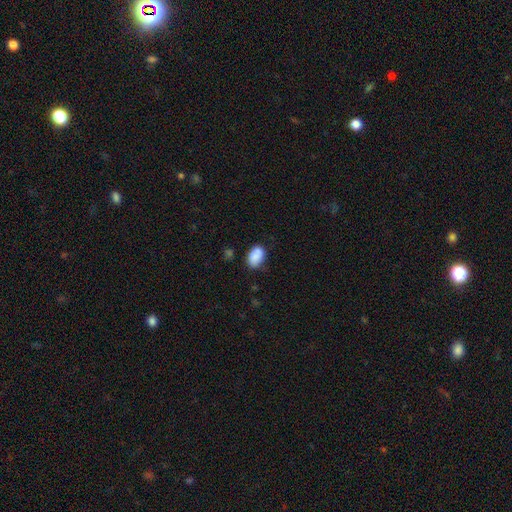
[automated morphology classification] smooth-or-featured: smooth: 84% | featured or disk: 8% | star or artifact: 8%
  how-rounded: in between: 86% | round: 12% | cigar-shaped: 1%
  merging: none: 65% | minor disturbance: 22% | merger: 9% | major disturbance: 5%